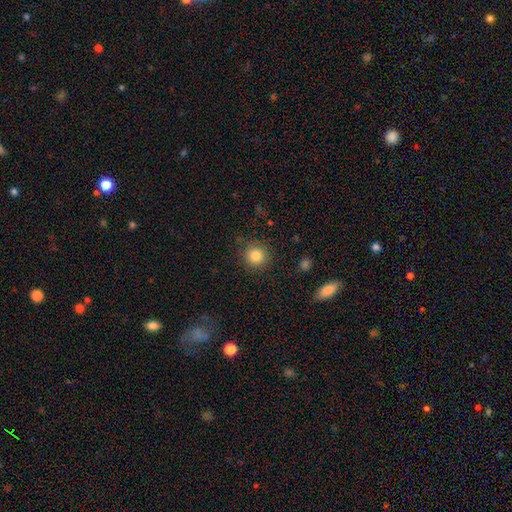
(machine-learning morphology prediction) Smooth or featured: smooth — 83% (star or artifact — 11%)
How rounded: round — 93% (in between — 6%)
Merging: none — 87% (minor disturbance — 8%)